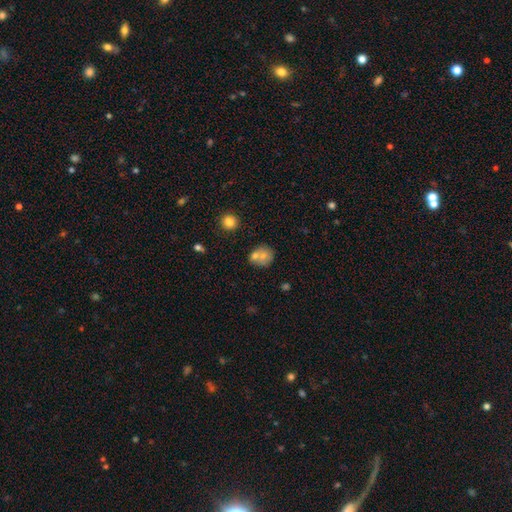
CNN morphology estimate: A smooth galaxy with no disk features (50%) that is round (82%).

Vote fractions:
- Smooth or featured? smooth: 50% / star or artifact: 28% / featured or disk: 21%
- How rounded? round: 82% / in between: 16% / cigar-shaped: 1%
- Merging? none: 68% / merger: 14% / minor disturbance: 12% / major disturbance: 6%